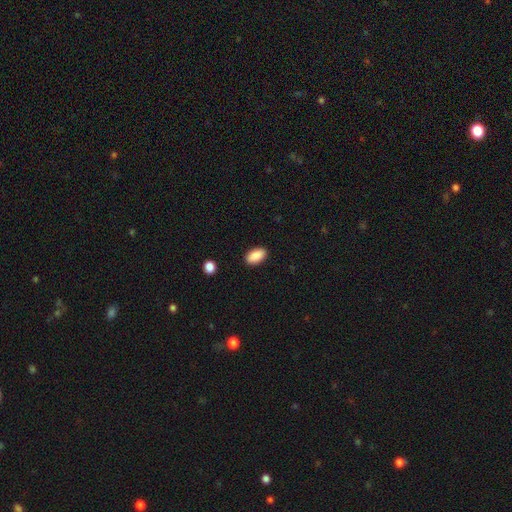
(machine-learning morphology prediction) This appears to be a smooth galaxy with no disk features (90%) that is in between round and cigar-shaped (94%). Merging: none (89%).